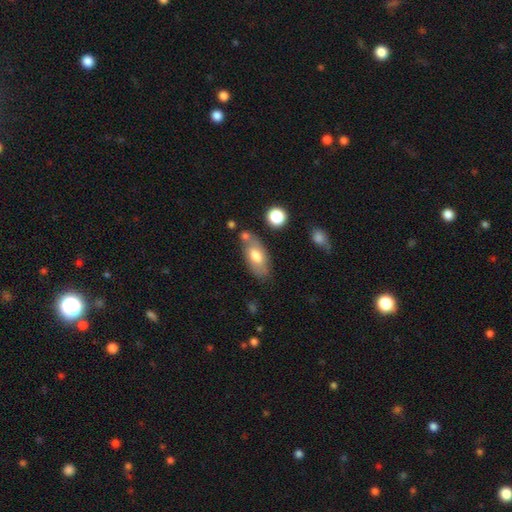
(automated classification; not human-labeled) smooth-or-featured: smooth: 67% | featured or disk: 27% | star or artifact: 7%
  how-rounded: in between: 87% | cigar-shaped: 9% | round: 4%
  merging: none: 61% | minor disturbance: 20% | merger: 13% | major disturbance: 6%